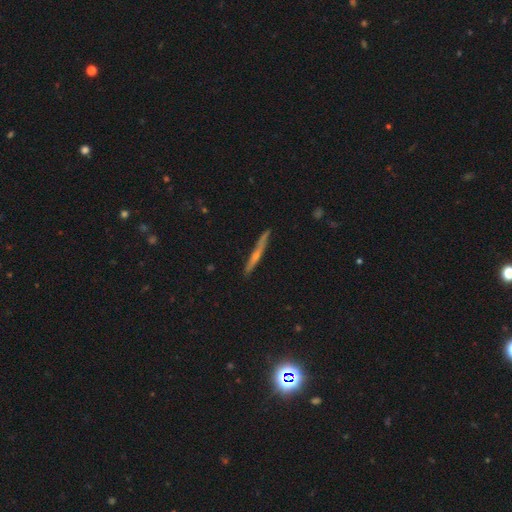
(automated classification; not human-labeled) Morphology: type=featured or disk (65%); edge-on=yes (97%); edge-on bulge=rounded (70%); merging=none (88%).